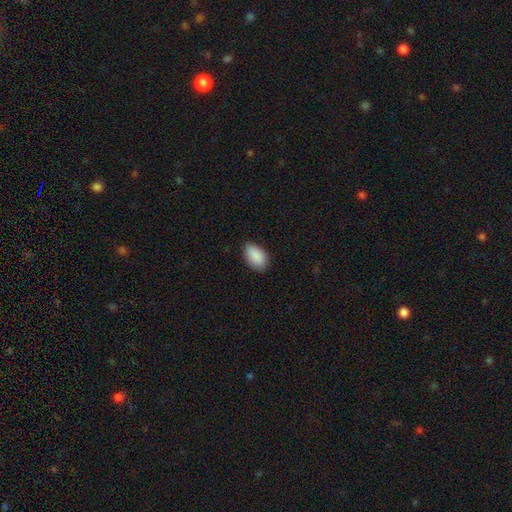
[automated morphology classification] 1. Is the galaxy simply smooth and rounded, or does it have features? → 90% smooth, 6% star or artifact, 4% featured or disk.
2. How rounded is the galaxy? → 93% in between, 5% round, 2% cigar-shaped.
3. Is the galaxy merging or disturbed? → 79% none, 17% minor disturbance, 3% major disturbance, 1% merger.